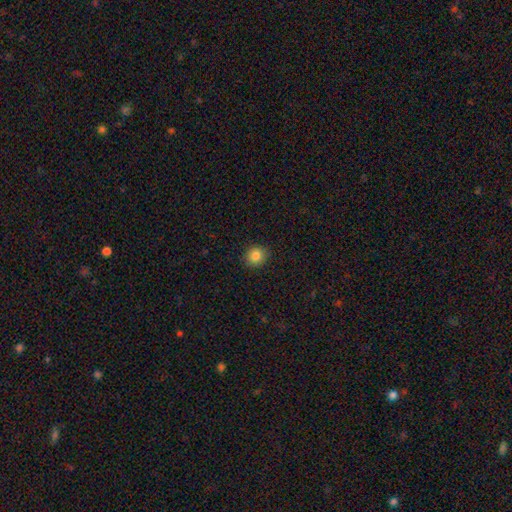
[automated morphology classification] smooth_or_featured: smooth (p=0.84) [alt: star or artifact p=0.10]
how_rounded: round (p=0.81) [alt: in between p=0.18]
merging: none (p=0.90) [alt: minor disturbance p=0.07]